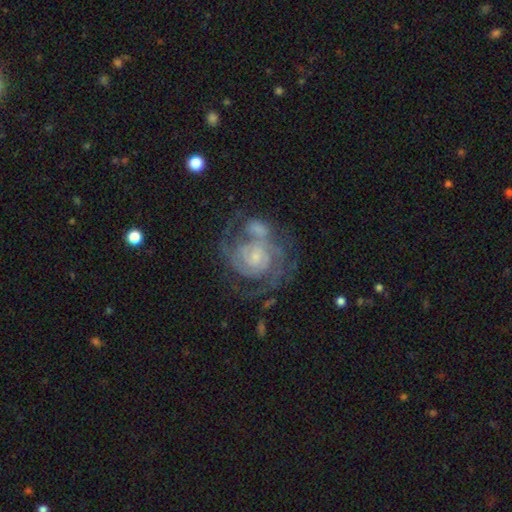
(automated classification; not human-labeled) Q: Smooth or featured?
A: featured or disk (85%); runner-up: smooth (9%)
Q: Edge-on disk?
A: no (98%); runner-up: yes (2%)
Q: Bar?
A: no (66%); runner-up: weak (28%)
Q: Spiral arms?
A: yes (95%); runner-up: no (5%)
Q: Spiral winding?
A: tight (62%); runner-up: medium (30%)
Q: Spiral arm count?
A: 2 (37%); runner-up: can't tell (26%)
Q: Bulge size?
A: small (64%); runner-up: moderate (24%)
Q: Merging?
A: none (50%); runner-up: merger (21%)